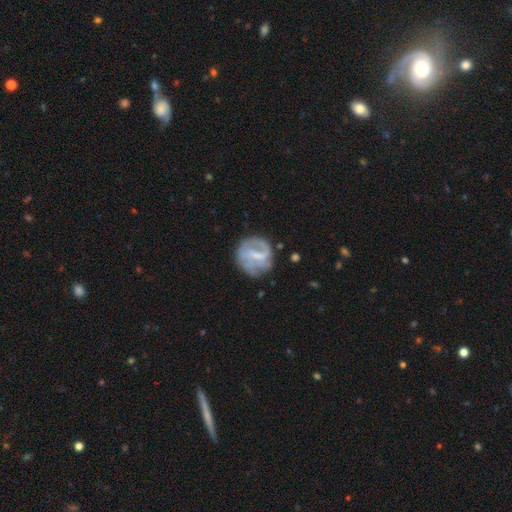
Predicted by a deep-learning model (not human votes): A featured or disk galaxy (60%) with a weak bar (46%), spiral arms (54%) and a small central bulge (38%). Merging: none (59%).